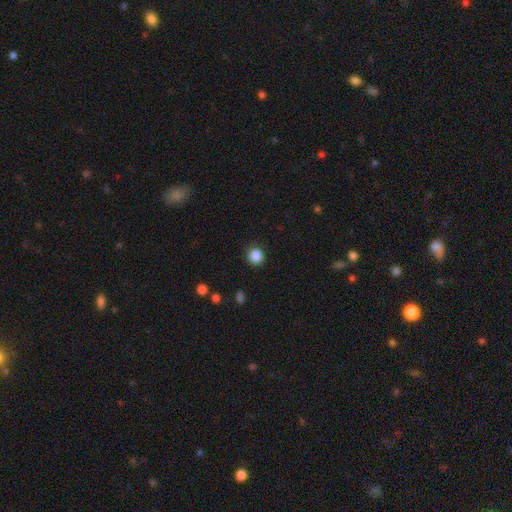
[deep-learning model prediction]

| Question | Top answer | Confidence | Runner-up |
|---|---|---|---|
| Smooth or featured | smooth | 87% | star or artifact (10%) |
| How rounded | round | 90% | in between (9%) |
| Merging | none | 86% | minor disturbance (10%) |